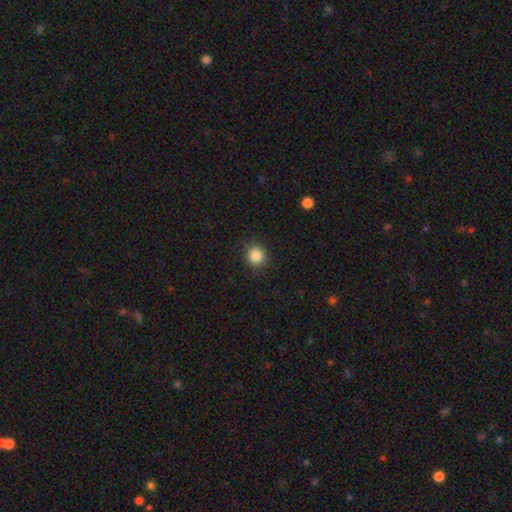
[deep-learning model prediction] Overall: smooth (86%). How rounded: round (90%). Merging: none (89%).